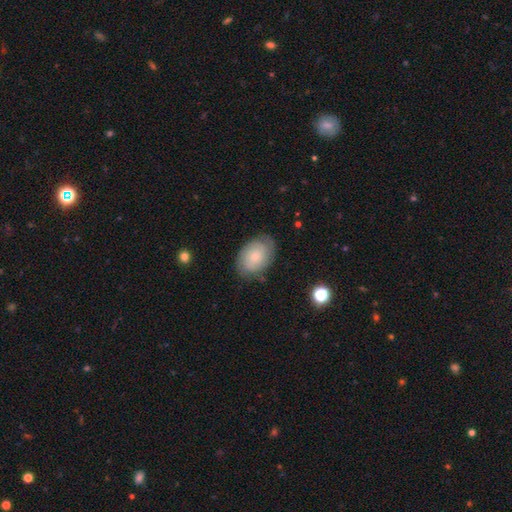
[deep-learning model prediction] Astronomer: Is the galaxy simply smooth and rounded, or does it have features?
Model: smooth — 58% (runner-up: featured or disk, 35%).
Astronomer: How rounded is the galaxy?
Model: in between — 81%.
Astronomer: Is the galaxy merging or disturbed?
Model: none — 76%.